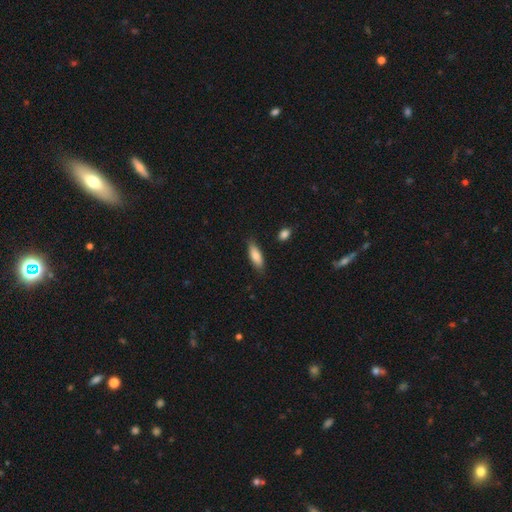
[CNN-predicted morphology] smooth_or_featured: smooth (p=0.83) [alt: featured or disk p=0.11]
how_rounded: in between (p=0.68) [alt: cigar-shaped p=0.30]
merging: none (p=0.83) [alt: minor disturbance p=0.13]